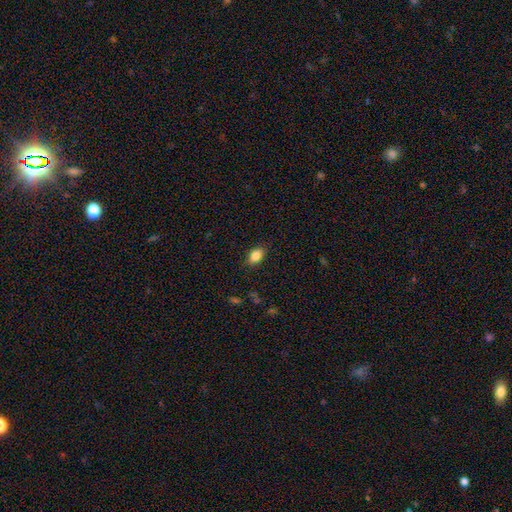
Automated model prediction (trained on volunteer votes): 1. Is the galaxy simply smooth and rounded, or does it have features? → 85% smooth, 9% star or artifact, 6% featured or disk.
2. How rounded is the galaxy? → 82% in between, 16% round, 2% cigar-shaped.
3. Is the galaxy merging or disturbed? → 85% none, 11% minor disturbance, 3% major disturbance, 1% merger.